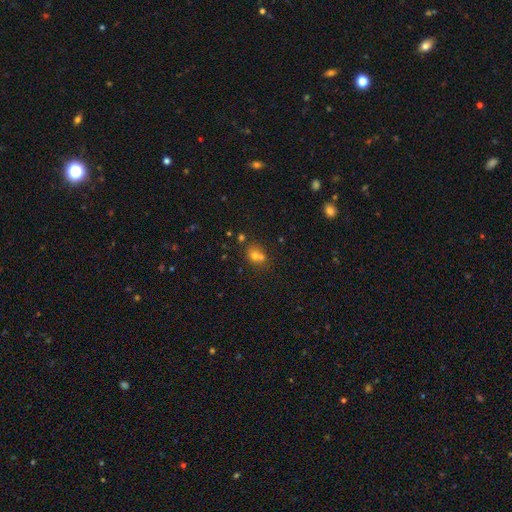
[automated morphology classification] smooth-or-featured: smooth: 66% | star or artifact: 19% | featured or disk: 15%
  how-rounded: round: 66% | in between: 33% | cigar-shaped: 1%
  merging: merger: 45% | none: 42% | minor disturbance: 9% | major disturbance: 4%